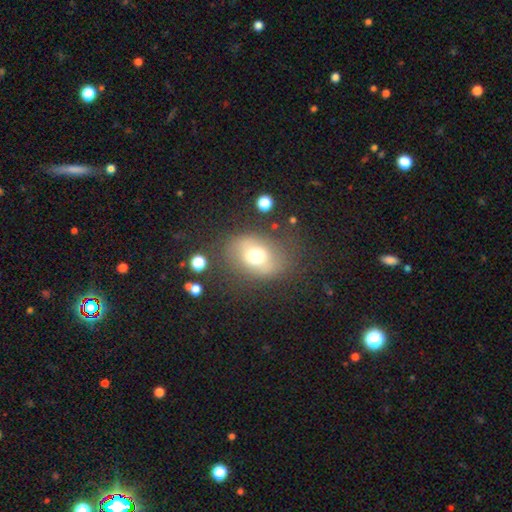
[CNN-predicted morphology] A smooth galaxy with no disk features (66%) that is in between round and cigar-shaped (61%).

Vote fractions:
- Smooth or featured? smooth: 66% / featured or disk: 23% / star or artifact: 11%
- How rounded? in between: 61% / round: 38% / cigar-shaped: 1%
- Merging? none: 70% / minor disturbance: 18% / major disturbance: 9% / merger: 3%